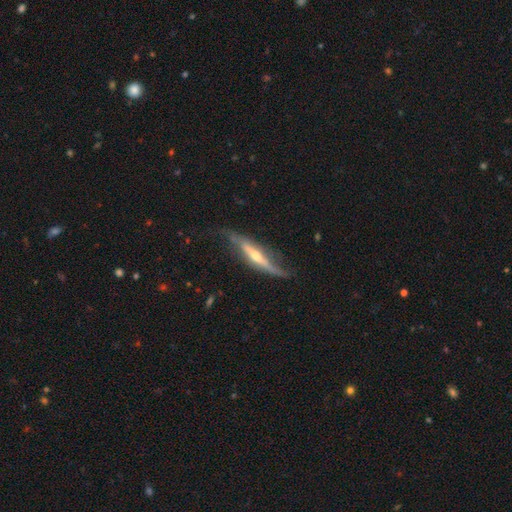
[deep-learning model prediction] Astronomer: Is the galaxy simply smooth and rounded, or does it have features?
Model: featured or disk — 77%.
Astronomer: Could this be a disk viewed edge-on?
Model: yes — 73%.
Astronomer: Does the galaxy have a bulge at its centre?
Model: rounded — 75%.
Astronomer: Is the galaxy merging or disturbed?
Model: none — 53%.